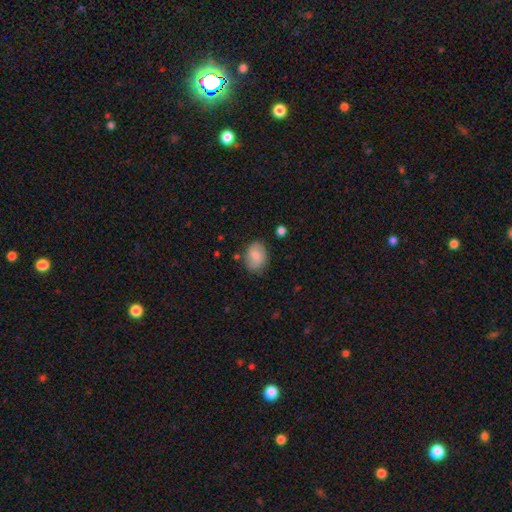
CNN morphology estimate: This appears to be a smooth galaxy with no disk features (64%) that is in between round and cigar-shaped (66%). Merging: none (75%).